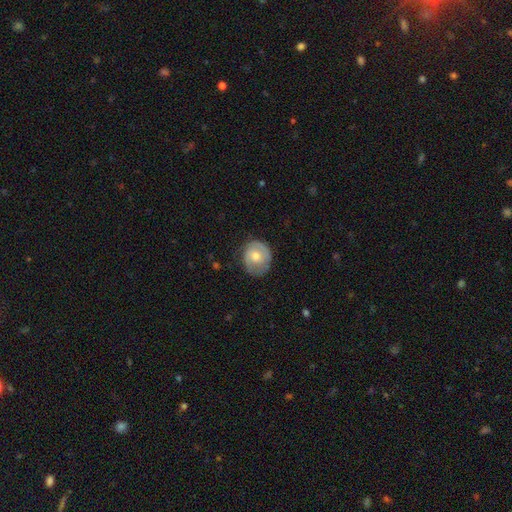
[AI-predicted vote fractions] Smooth or featured: smooth — 48% (featured or disk — 45%)
Merging: none — 72% (minor disturbance — 21%)